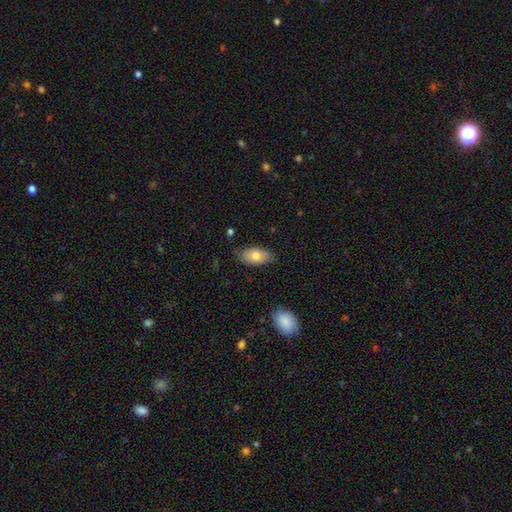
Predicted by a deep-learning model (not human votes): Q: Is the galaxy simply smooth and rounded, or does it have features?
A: smooth — 76%.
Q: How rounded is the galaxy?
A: in between — 93%.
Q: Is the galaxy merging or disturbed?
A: none — 76%.